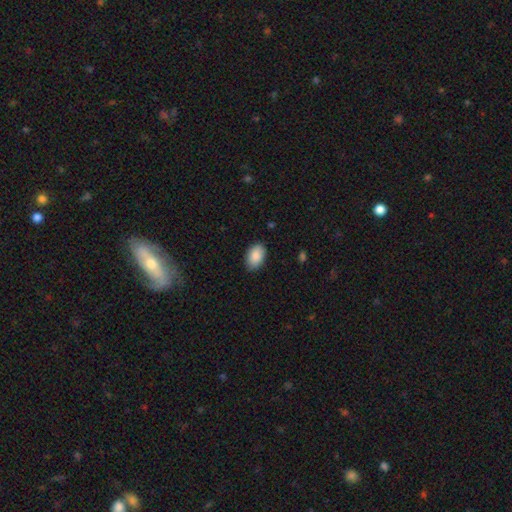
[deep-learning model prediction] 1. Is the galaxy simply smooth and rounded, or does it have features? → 90% smooth, 6% star or artifact, 4% featured or disk.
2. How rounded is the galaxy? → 89% in between, 10% round, 1% cigar-shaped.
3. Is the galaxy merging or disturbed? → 86% none, 11% minor disturbance, 2% major disturbance, 1% merger.